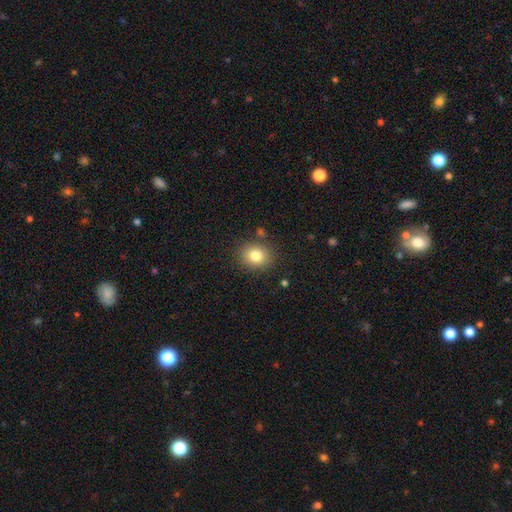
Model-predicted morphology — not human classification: Overall: smooth (82%). How rounded: round (66%; in between 33%). Merging: none (84%).